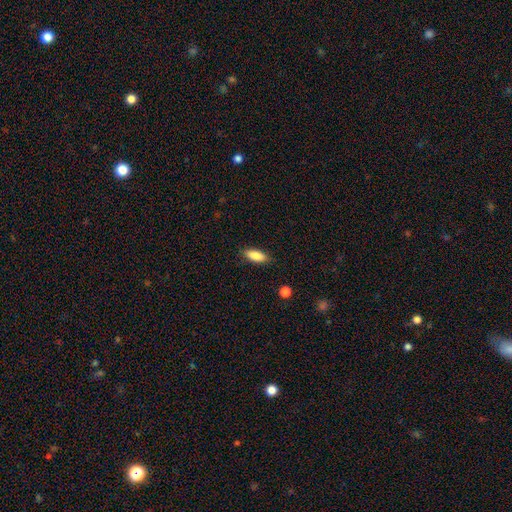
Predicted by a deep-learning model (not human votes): smooth-or-featured: smooth: 87% | star or artifact: 7% | featured or disk: 7%
  how-rounded: in between: 77% | cigar-shaped: 21% | round: 2%
  merging: none: 85% | minor disturbance: 12% | major disturbance: 3% | merger: 1%